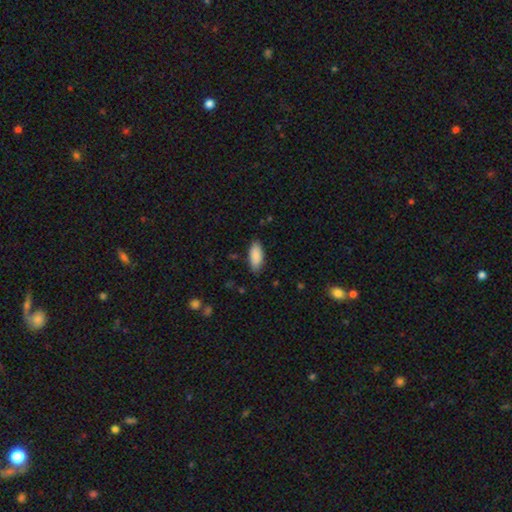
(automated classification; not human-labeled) Overall: smooth (88%). How rounded: in between (86%). Merging: none (83%).